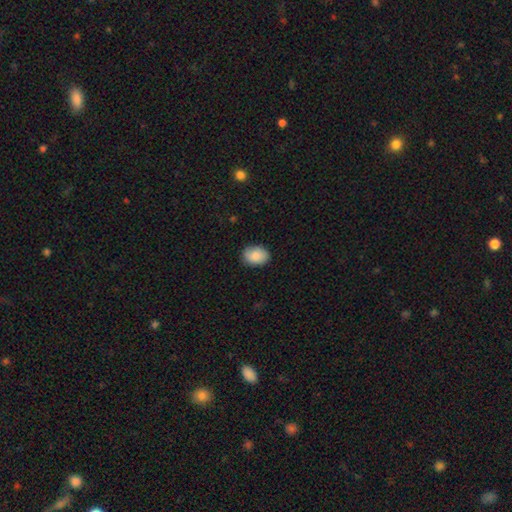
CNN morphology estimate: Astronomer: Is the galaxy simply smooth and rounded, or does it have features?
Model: smooth — 88%.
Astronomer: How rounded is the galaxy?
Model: in between — 75%.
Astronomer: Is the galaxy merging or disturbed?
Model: none — 87%.